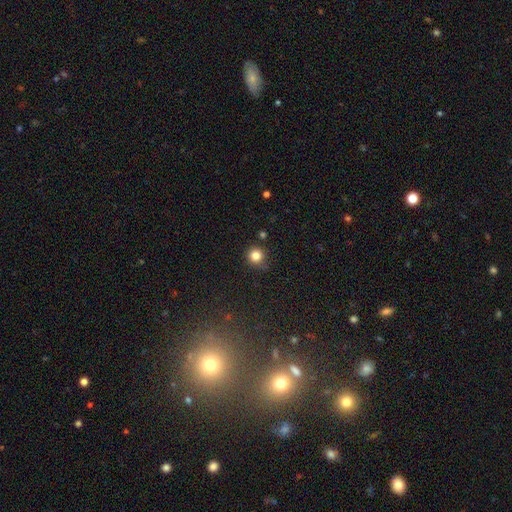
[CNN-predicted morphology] This appears to be a smooth galaxy with no disk features (82%) that is round (93%). Merging: none (80%).